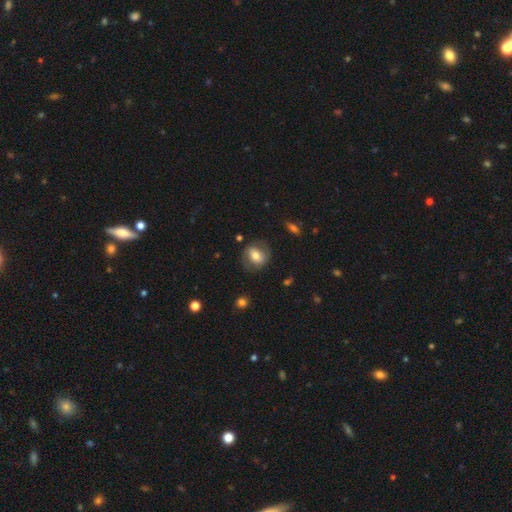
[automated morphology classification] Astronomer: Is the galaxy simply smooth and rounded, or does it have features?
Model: smooth — 49% (runner-up: featured or disk, 44%).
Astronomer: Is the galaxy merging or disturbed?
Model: none — 73%.